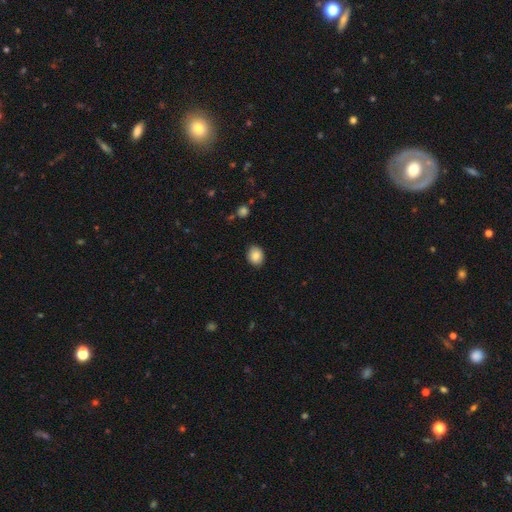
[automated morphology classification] smooth-or-featured: smooth: 86% | star or artifact: 8% | featured or disk: 6%
  how-rounded: round: 53% | in between: 46% | cigar-shaped: 1%
  merging: none: 89% | minor disturbance: 8% | major disturbance: 2% | merger: 1%